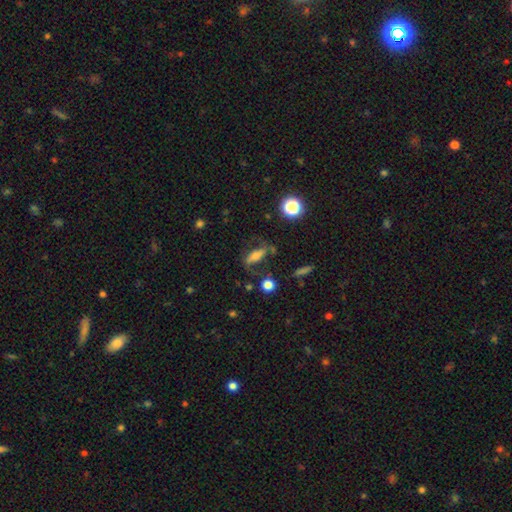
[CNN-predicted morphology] smooth-or-featured: featured or disk: 49% | smooth: 39% | star or artifact: 12%
  merging: none: 61% | minor disturbance: 20% | major disturbance: 14% | merger: 5%